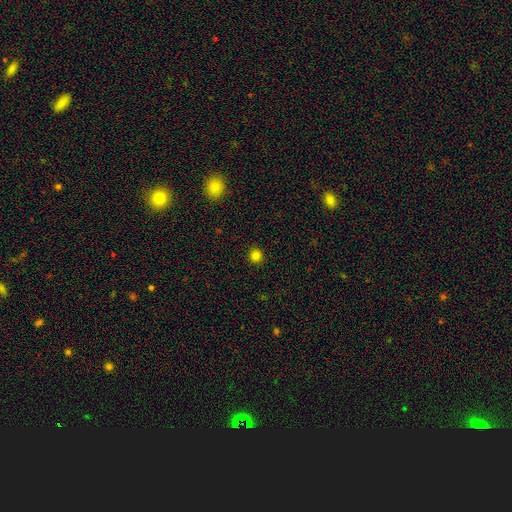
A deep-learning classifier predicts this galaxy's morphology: Smooth or featured? smooth (82%)
How rounded? round (92%)
Merging? none (92%)